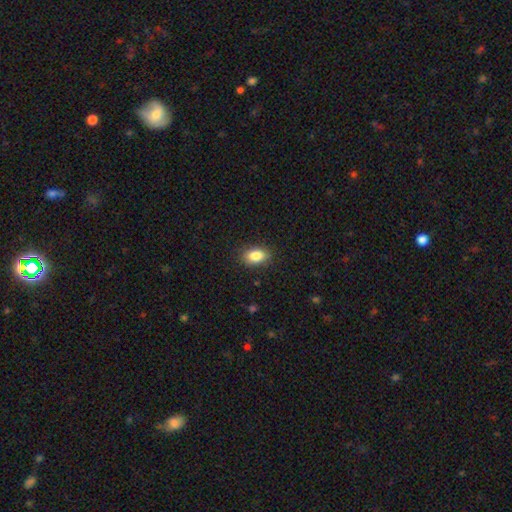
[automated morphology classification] smooth 86%, star or artifact 8%, featured or disk 6%. Down the decision tree: how rounded — in between (85%); merging — none (87%).